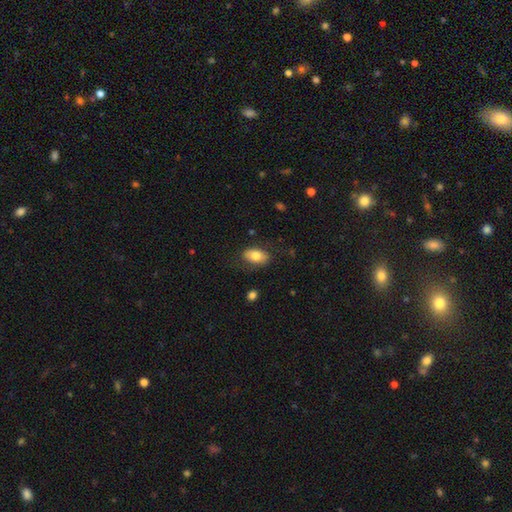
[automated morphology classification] A smooth galaxy with no disk features (75%) that is in between round and cigar-shaped (91%).

Vote fractions:
- Smooth or featured? smooth: 75% / featured or disk: 18% / star or artifact: 7%
- How rounded? in between: 91% / round: 7% / cigar-shaped: 2%
- Merging? none: 75% / minor disturbance: 17% / major disturbance: 6% / merger: 1%